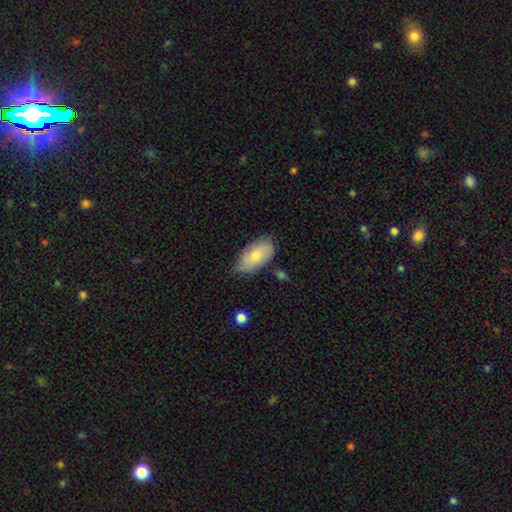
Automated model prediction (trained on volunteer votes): Smooth or featured?
  - smooth: 71% *
  - featured or disk: 24%
  - star or artifact: 6%
How rounded?
  - in between: 93% *
  - cigar-shaped: 3%
  - round: 3%
Merging?
  - none: 69% *
  - minor disturbance: 24%
  - major disturbance: 4%
  - merger: 3%